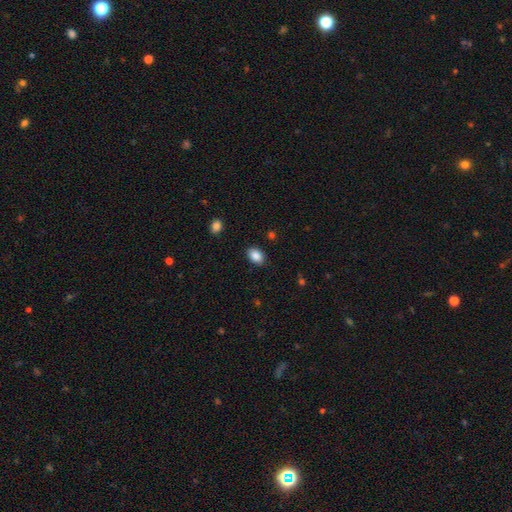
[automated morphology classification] smooth-or-featured: smooth: 88% | star or artifact: 8% | featured or disk: 4%
  how-rounded: in between: 82% | round: 17% | cigar-shaped: 1%
  merging: none: 88% | minor disturbance: 9% | major disturbance: 2% | merger: 1%